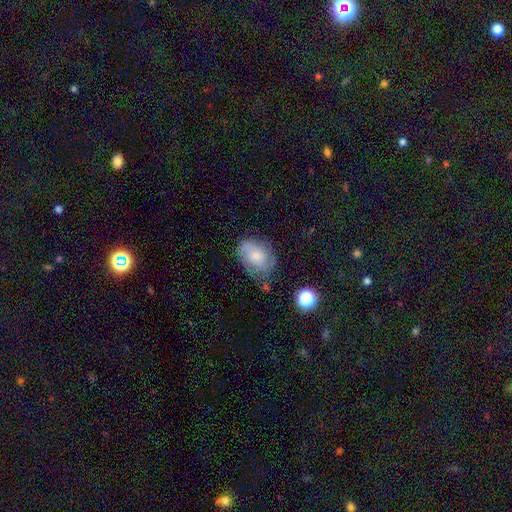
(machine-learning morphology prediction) Smooth or featured: featured or disk — 52% (smooth — 39%)
Edge-on disk: no — 96% (yes — 4%)
Bar: no — 77% (weak — 20%)
Spiral arms: yes — 78% (no — 22%)
Bulge size: small — 52% (moderate — 37%)
Merging: none — 50% (minor disturbance — 31%)